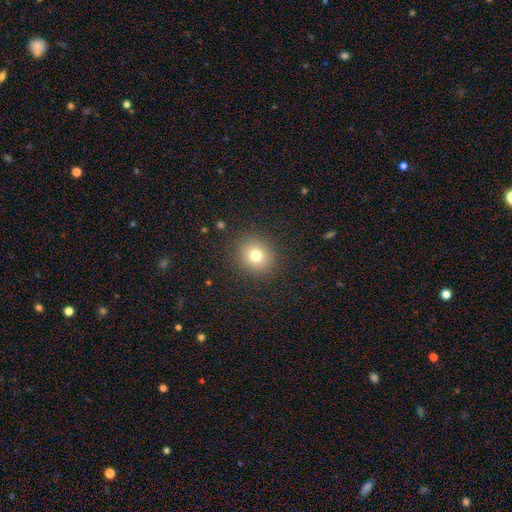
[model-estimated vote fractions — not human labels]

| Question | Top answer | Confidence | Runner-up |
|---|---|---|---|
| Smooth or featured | smooth | 76% | star or artifact (13%) |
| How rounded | round | 86% | in between (13%) |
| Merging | none | 89% | minor disturbance (7%) |